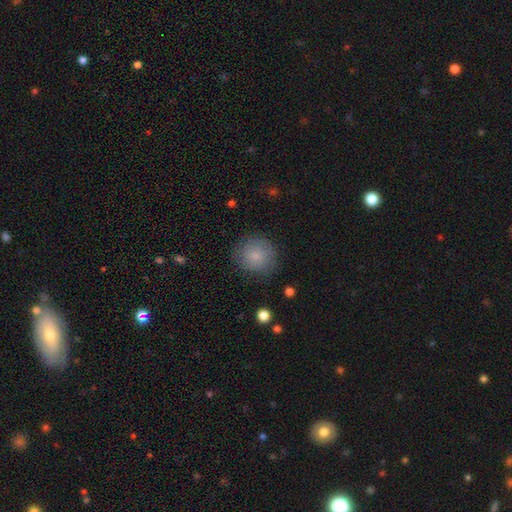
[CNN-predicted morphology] Smooth or featured? smooth (80%)
How rounded? round (91%)
Merging? none (81%)